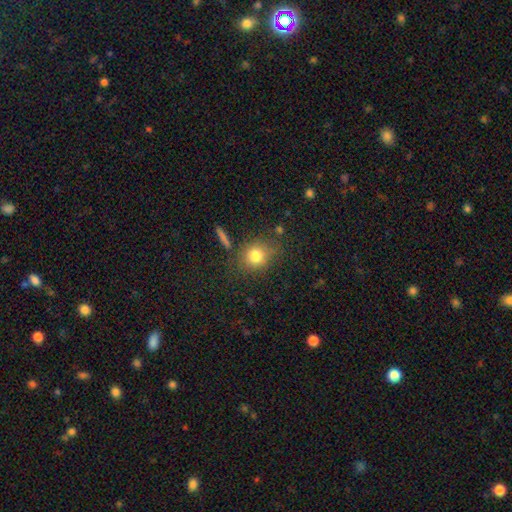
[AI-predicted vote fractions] smooth-or-featured: smooth: 80% | star or artifact: 11% | featured or disk: 9%
  how-rounded: round: 73% | in between: 25% | cigar-shaped: 2%
  merging: none: 76% | minor disturbance: 14% | major disturbance: 5% | merger: 5%